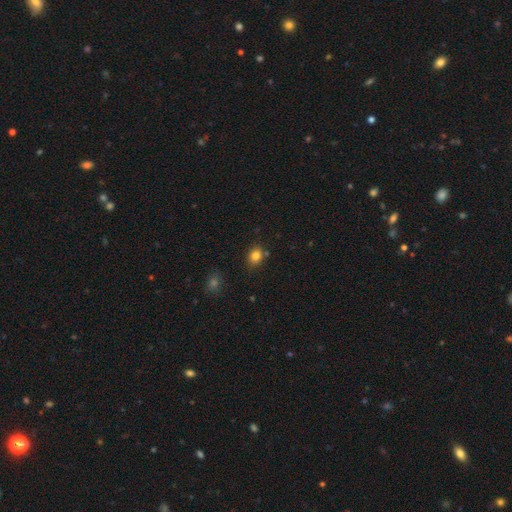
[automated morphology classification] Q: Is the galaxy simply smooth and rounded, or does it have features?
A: smooth — 82%.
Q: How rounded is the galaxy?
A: round — 55%.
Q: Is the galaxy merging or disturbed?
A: none — 78%.